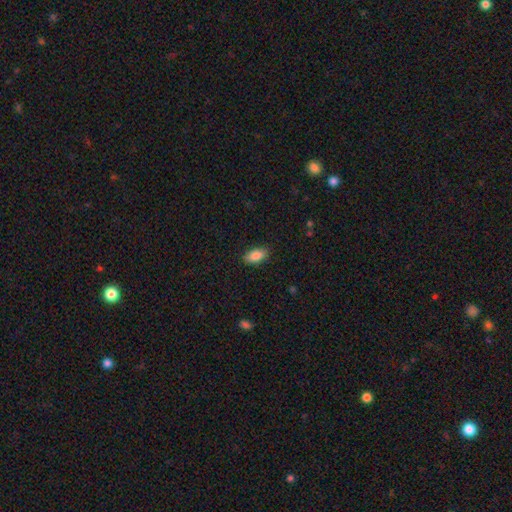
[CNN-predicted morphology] Q: Smooth or featured?
A: smooth (88%); runner-up: star or artifact (7%)
Q: How rounded?
A: in between (91%); runner-up: cigar-shaped (7%)
Q: Merging?
A: none (87%); runner-up: minor disturbance (10%)